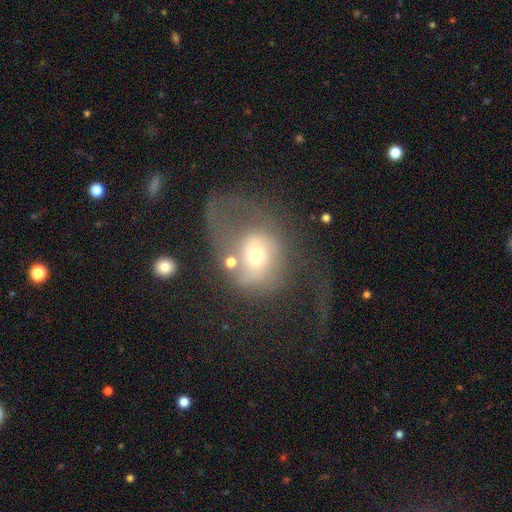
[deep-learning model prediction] Q: Smooth or featured?
A: featured or disk (50%); runner-up: smooth (40%)
Q: Edge-on disk?
A: no (95%); runner-up: yes (5%)
Q: Merging?
A: major disturbance (59%); runner-up: none (20%)